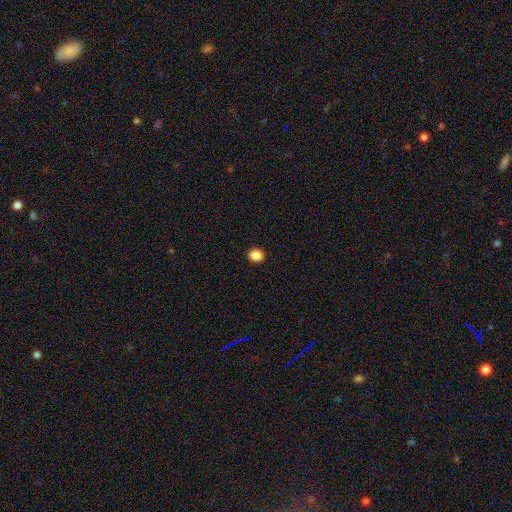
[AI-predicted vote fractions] Smooth or featured: smooth — 88% (star or artifact — 10%)
How rounded: round — 73% (in between — 26%)
Merging: none — 92% (minor disturbance — 5%)